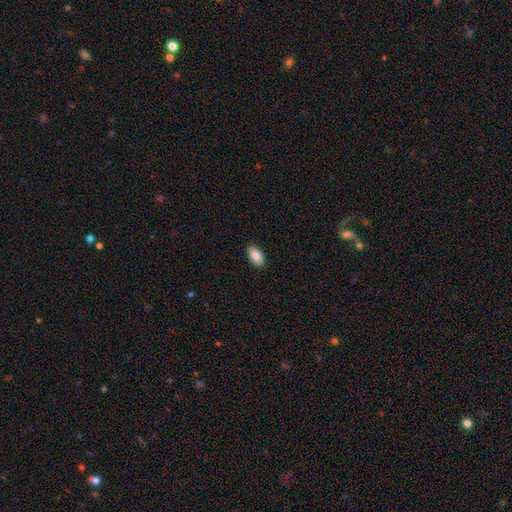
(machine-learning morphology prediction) Overall: smooth (86%). How rounded: in between (93%). Merging: none (90%).